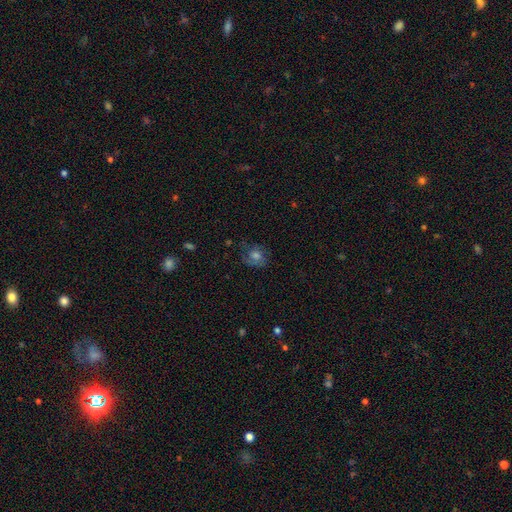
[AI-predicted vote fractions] smooth_or_featured: smooth (p=0.46) [alt: featured or disk p=0.38]
merging: none (p=0.64) [alt: minor disturbance p=0.21]